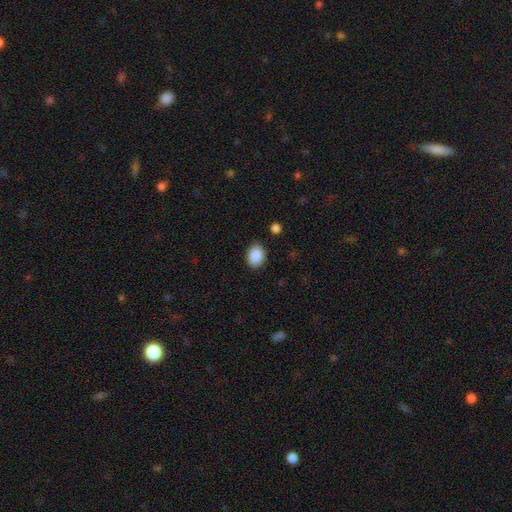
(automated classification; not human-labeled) This is clearly a smooth galaxy (89%). How rounded: likely in between (62%). Merging: clearly none (87%).